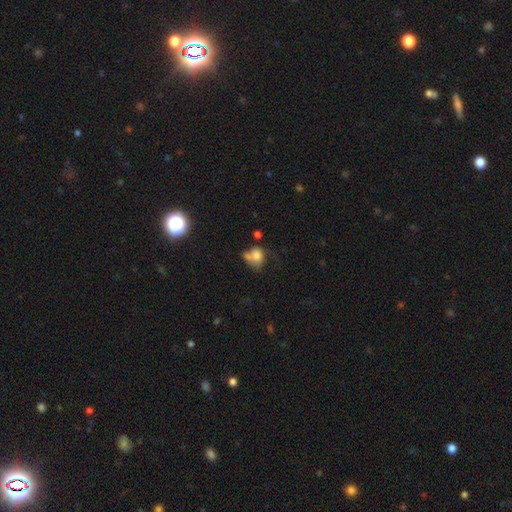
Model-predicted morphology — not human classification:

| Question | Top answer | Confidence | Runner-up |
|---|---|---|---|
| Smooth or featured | smooth | 72% | featured or disk (16%) |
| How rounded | round | 52% | in between (47%) |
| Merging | merger | 30% | none (29%) |